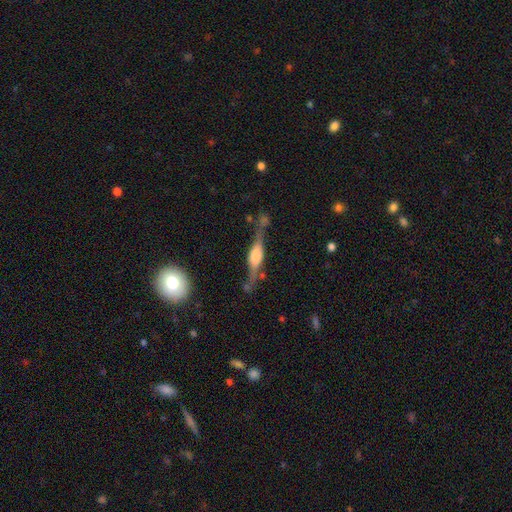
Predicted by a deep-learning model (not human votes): Smooth or featured?
  - featured or disk: 74% *
  - smooth: 19%
  - star or artifact: 6%
Edge-on disk?
  - yes: 94% *
  - no: 6%
Edge-on bulge?
  - rounded: 73% *
  - boxy: 24%
  - none: 3%
Merging?
  - none: 67% *
  - minor disturbance: 19%
  - major disturbance: 8%
  - merger: 7%